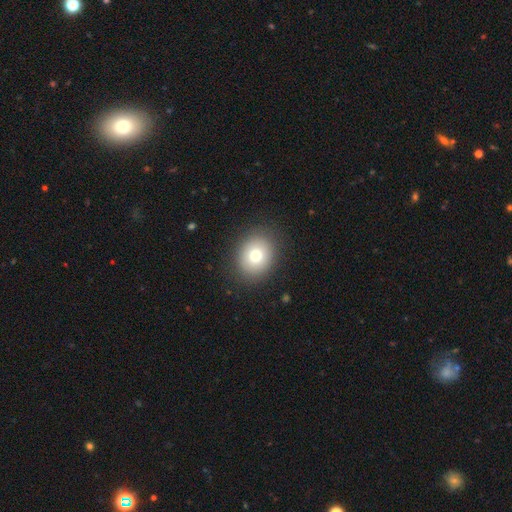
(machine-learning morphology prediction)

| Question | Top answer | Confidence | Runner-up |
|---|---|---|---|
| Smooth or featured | smooth | 76% | featured or disk (12%) |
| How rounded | round | 63% | in between (36%) |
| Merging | none | 88% | minor disturbance (8%) |